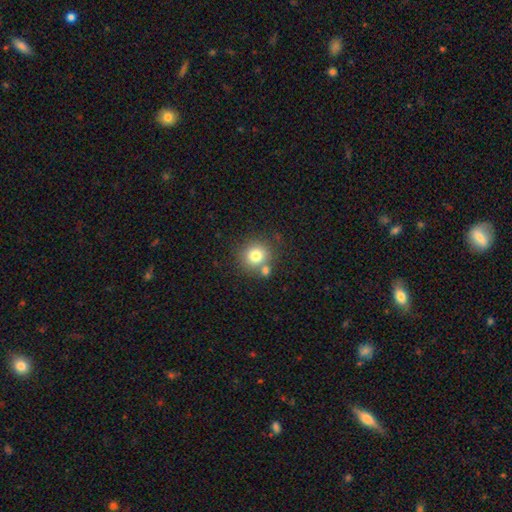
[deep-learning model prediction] A smooth galaxy with no disk features (77%) that is round (89%).

Vote fractions:
- Smooth or featured? smooth: 77% / star or artifact: 12% / featured or disk: 11%
- How rounded? round: 89% / in between: 10% / cigar-shaped: 1%
- Merging? none: 67% / merger: 20% / minor disturbance: 10% / major disturbance: 3%